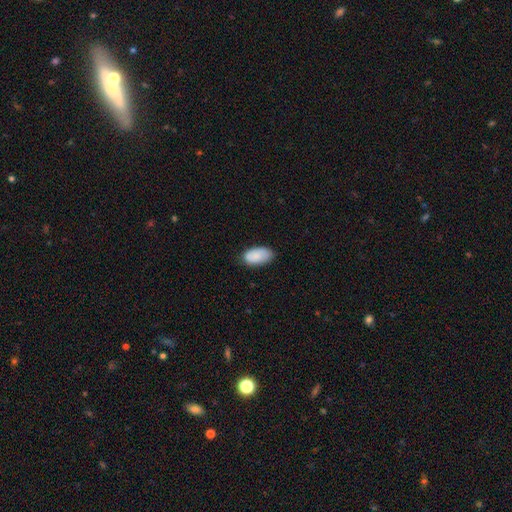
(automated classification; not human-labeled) smooth_or_featured: smooth (p=0.85) [alt: featured or disk p=0.09]
how_rounded: in between (p=0.95) [alt: round p=0.03]
merging: none (p=0.76) [alt: minor disturbance p=0.20]